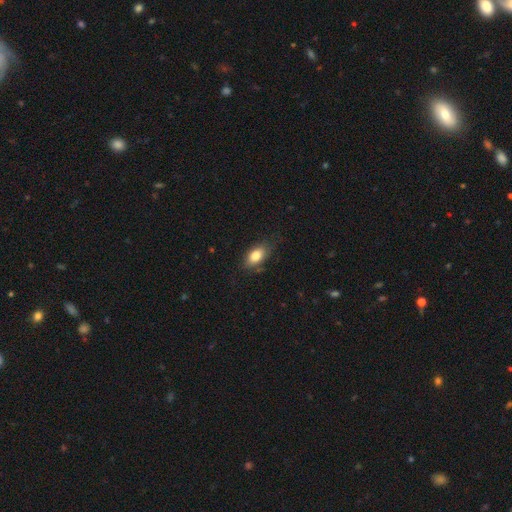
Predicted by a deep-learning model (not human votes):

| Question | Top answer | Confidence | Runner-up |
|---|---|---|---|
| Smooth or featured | smooth | 82% | featured or disk (11%) |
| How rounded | in between | 90% | round (6%) |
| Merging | none | 74% | minor disturbance (19%) |